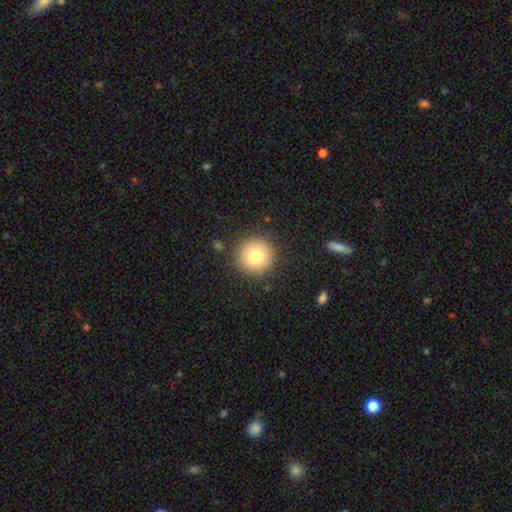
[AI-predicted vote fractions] A smooth galaxy with no disk features (79%) that is round (95%). Merging: none (89%).